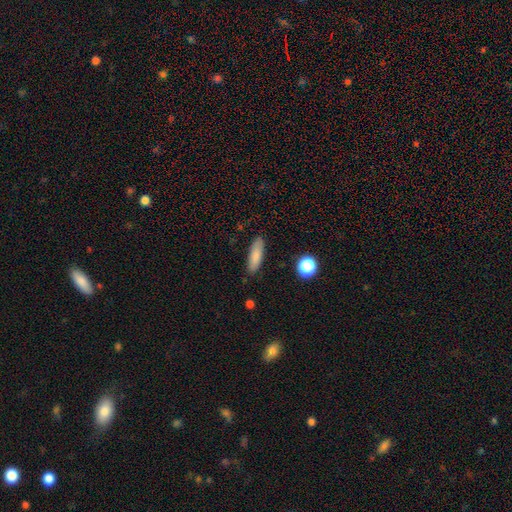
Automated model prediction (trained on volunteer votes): smooth_or_featured: smooth (p=0.82) [alt: featured or disk p=0.10]
how_rounded: cigar-shaped (p=0.52) [alt: in between p=0.45]
merging: none (p=0.86) [alt: minor disturbance p=0.10]